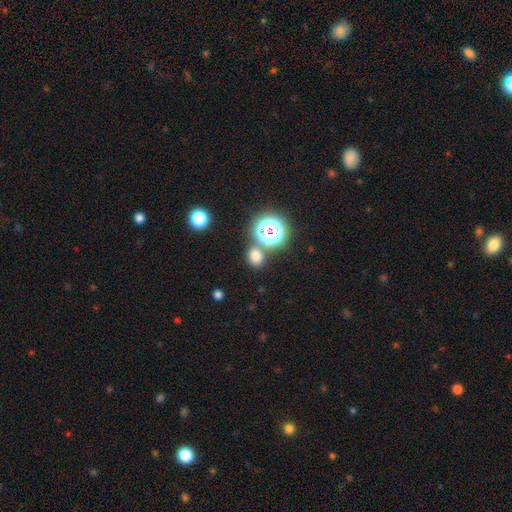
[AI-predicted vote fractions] Smooth or featured? Predicted: smooth (p=0.69). How rounded? Predicted: round (p=0.61). Merging? Predicted: none (p=0.74).